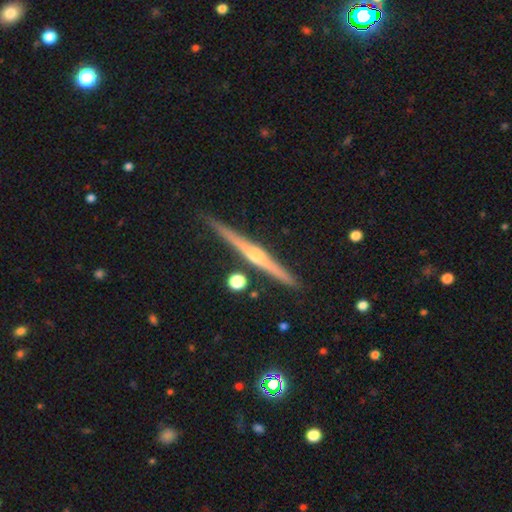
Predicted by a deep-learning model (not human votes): Q: Smooth or featured?
A: featured or disk (82%); runner-up: smooth (12%)
Q: Edge-on disk?
A: yes (98%); runner-up: no (2%)
Q: Edge-on bulge?
A: rounded (86%); runner-up: none (10%)
Q: Merging?
A: none (89%); runner-up: minor disturbance (8%)